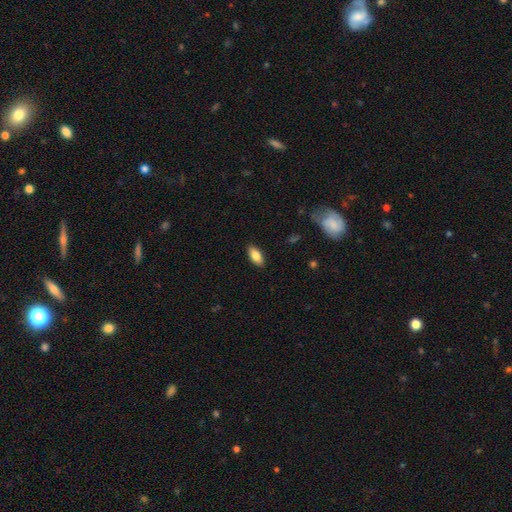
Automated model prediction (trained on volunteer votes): This appears to be a smooth galaxy with no disk features (82%) that is in between round and cigar-shaped (88%). Merging: none (89%).